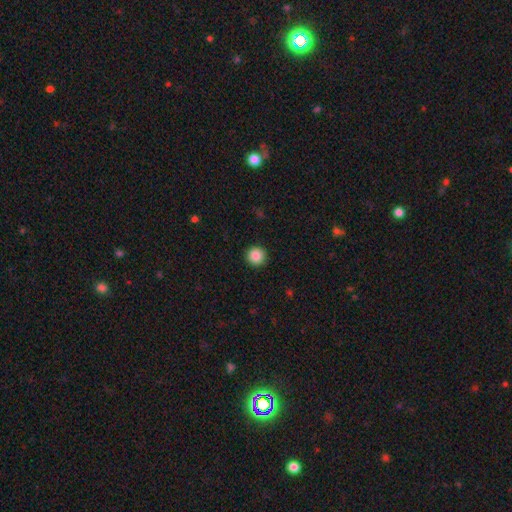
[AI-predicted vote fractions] Smooth or featured? smooth (87%)
How rounded? round (95%)
Merging? none (92%)